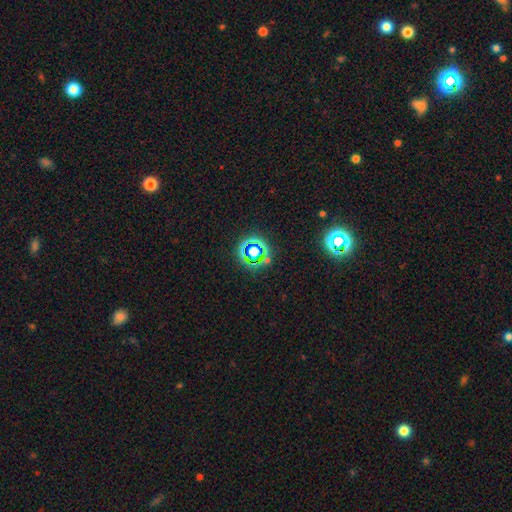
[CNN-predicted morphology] This appears to be a star or artifact, not a galaxy (71%).